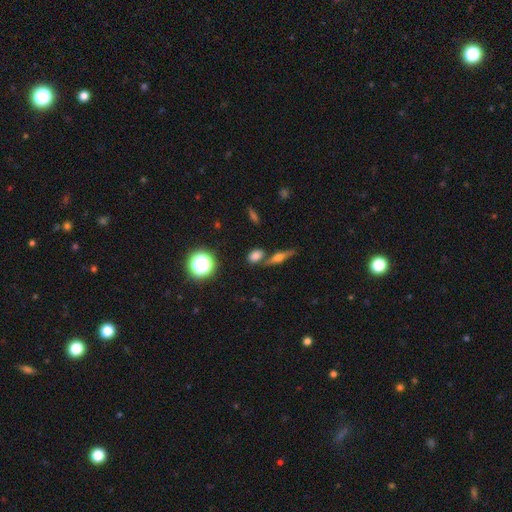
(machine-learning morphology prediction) Smooth or featured? Predicted: smooth (p=0.69). How rounded? Predicted: in between (p=0.61). Merging? Predicted: none (p=0.66).